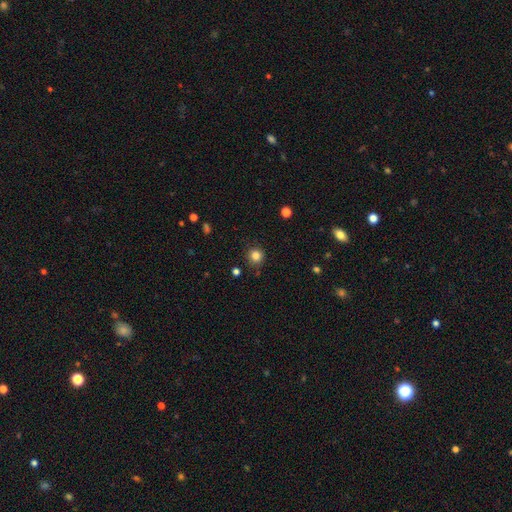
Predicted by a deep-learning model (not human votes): Smooth or featured?
  - smooth: 83% *
  - star or artifact: 12%
  - featured or disk: 5%
How rounded?
  - round: 93% *
  - in between: 6%
  - cigar-shaped: 1%
Merging?
  - none: 88% *
  - minor disturbance: 8%
  - major disturbance: 2%
  - merger: 2%